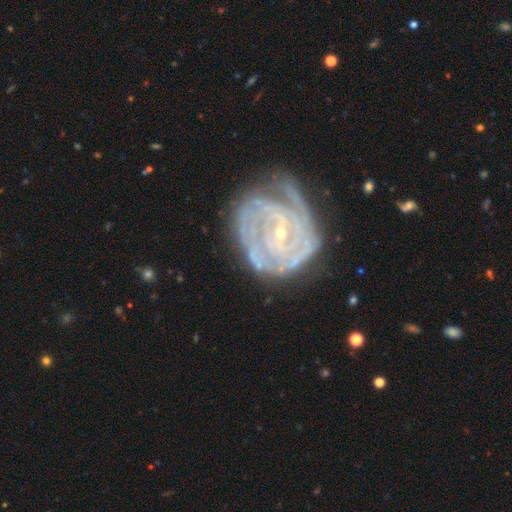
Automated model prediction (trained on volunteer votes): smooth_or_featured: featured or disk (p=0.86) [alt: smooth p=0.08]
disk_edge_on: no (p=0.97) [alt: yes p=0.03]
bar: weak (p=0.41) [alt: no p=0.33]
has_spiral_arms: yes (p=0.95) [alt: no p=0.05]
spiral_winding: tight (p=0.78) [alt: medium p=0.18]
spiral_arm_count: 2 (p=0.29) [alt: can't tell p=0.25]
bulge_size: small (p=0.76) [alt: moderate p=0.20]
merging: none (p=0.63) [alt: minor disturbance p=0.21]